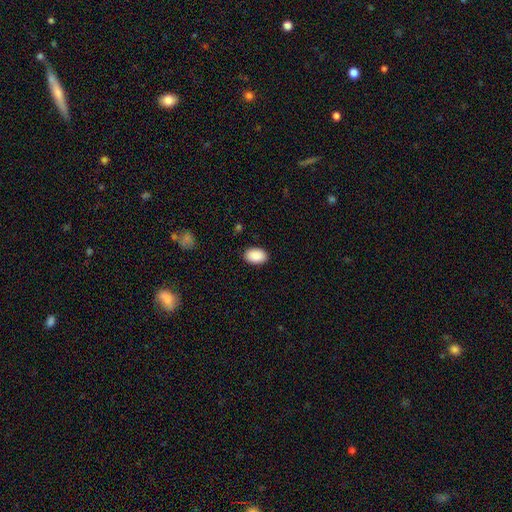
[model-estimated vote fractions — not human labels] This appears to be a smooth galaxy with no disk features (91%) that is in between round and cigar-shaped (90%). Merging: none (89%).